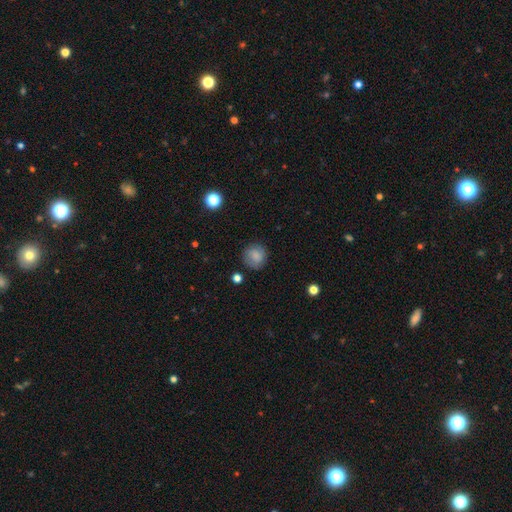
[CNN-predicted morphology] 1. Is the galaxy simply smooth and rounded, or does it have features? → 84% smooth, 9% star or artifact, 7% featured or disk.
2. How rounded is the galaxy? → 90% round, 9% in between, 1% cigar-shaped.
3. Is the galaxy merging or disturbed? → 83% none, 12% minor disturbance, 3% major disturbance, 1% merger.